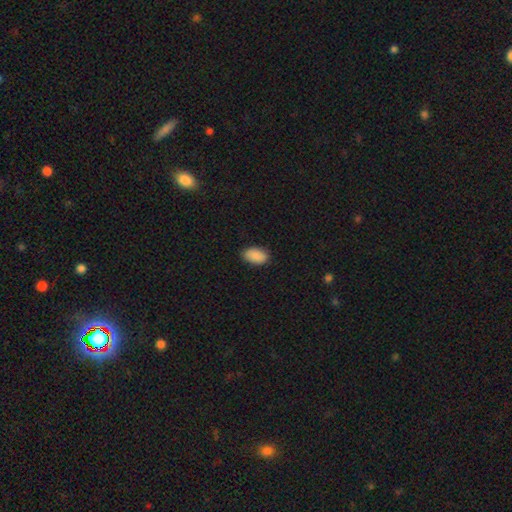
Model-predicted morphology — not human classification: This is clearly a smooth galaxy (90%). How rounded: clearly in between (93%). Merging: clearly none (86%).